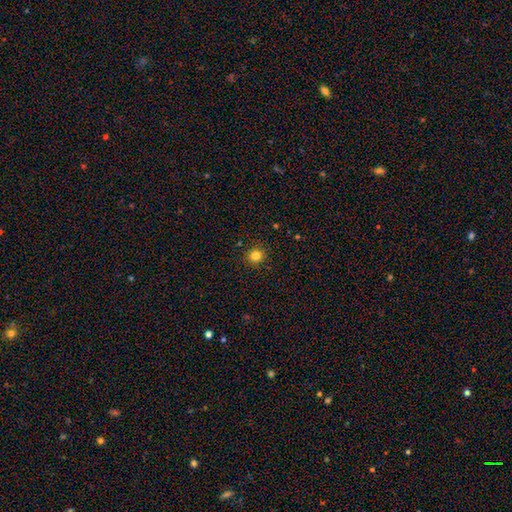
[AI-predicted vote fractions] Smooth or featured? smooth (82%)
How rounded? round (90%)
Merging? none (91%)